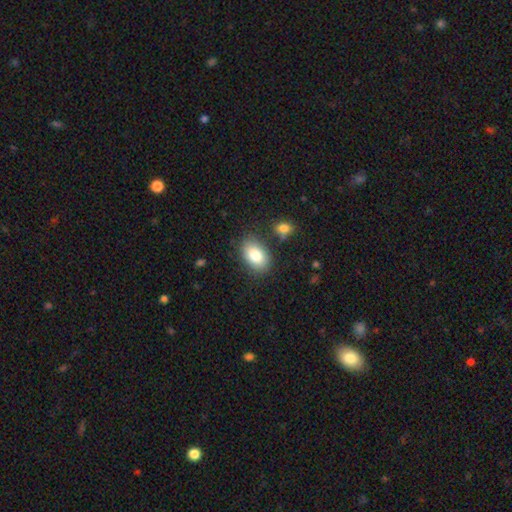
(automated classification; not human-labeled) This appears to be a smooth galaxy with no disk features (83%) that is in between round and cigar-shaped (87%). Merging: none (80%).